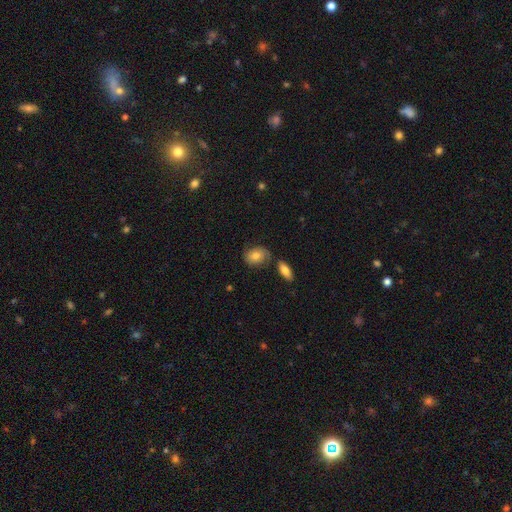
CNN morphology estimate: This appears to be a smooth galaxy with no disk features (64%) that is in between round and cigar-shaped (69%). Merging: none (67%).